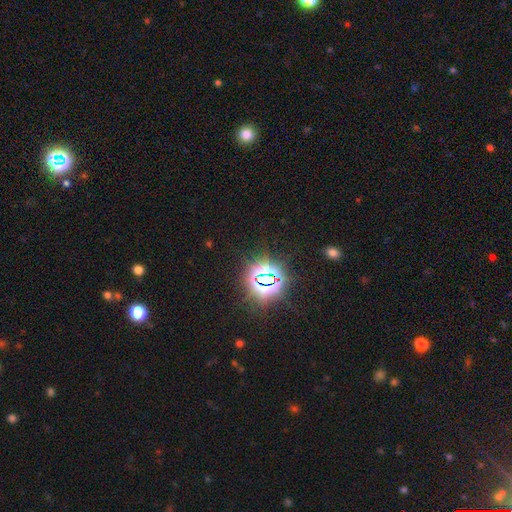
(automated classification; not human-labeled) smooth-or-featured: star or artifact: 82% | smooth: 12% | featured or disk: 6%